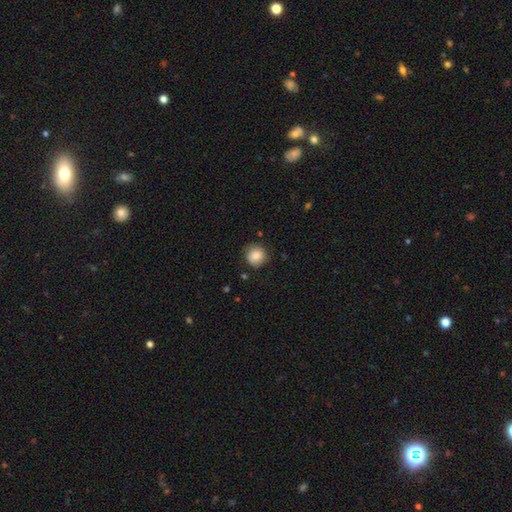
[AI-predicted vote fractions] Smooth or featured?
  - smooth: 82% *
  - featured or disk: 10%
  - star or artifact: 8%
How rounded?
  - round: 92% *
  - in between: 8%
  - cigar-shaped: 1%
Merging?
  - none: 79% *
  - minor disturbance: 16%
  - major disturbance: 4%
  - merger: 1%